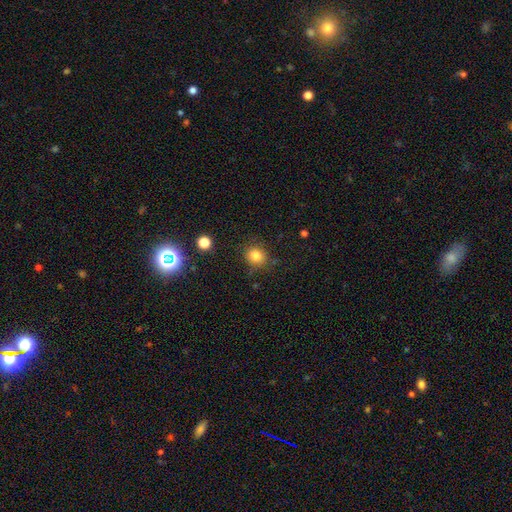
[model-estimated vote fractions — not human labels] Smooth or featured: smooth — 82% (star or artifact — 12%)
How rounded: round — 75% (in between — 25%)
Merging: none — 82% (minor disturbance — 12%)